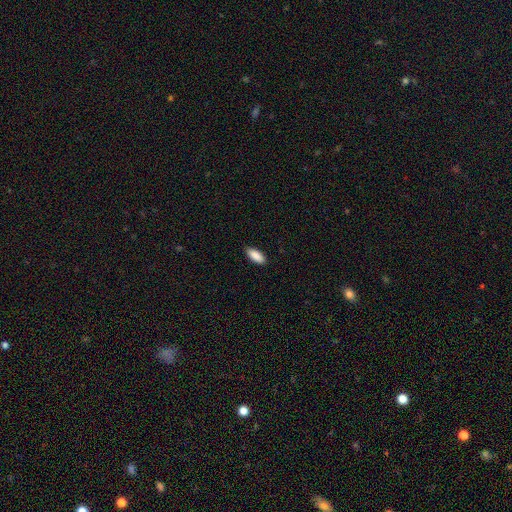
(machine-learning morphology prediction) smooth-or-featured: smooth: 90% | star or artifact: 6% | featured or disk: 4%
  how-rounded: in between: 82% | cigar-shaped: 17% | round: 2%
  merging: none: 87% | minor disturbance: 10% | major disturbance: 2% | merger: 1%